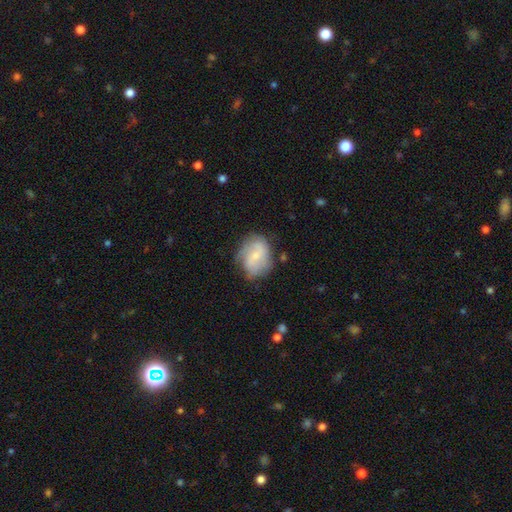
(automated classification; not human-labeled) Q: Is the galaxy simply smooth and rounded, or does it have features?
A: featured or disk — 47%.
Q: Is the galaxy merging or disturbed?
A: none — 60%.